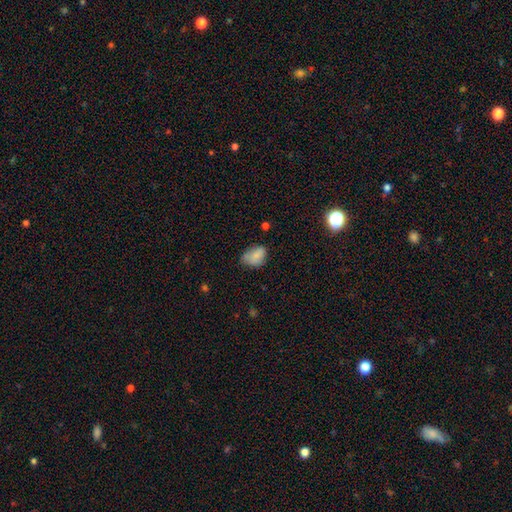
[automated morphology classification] Smooth or featured: smooth — 80% (featured or disk — 10%)
How rounded: in between — 81% (round — 17%)
Merging: none — 50% (minor disturbance — 37%)